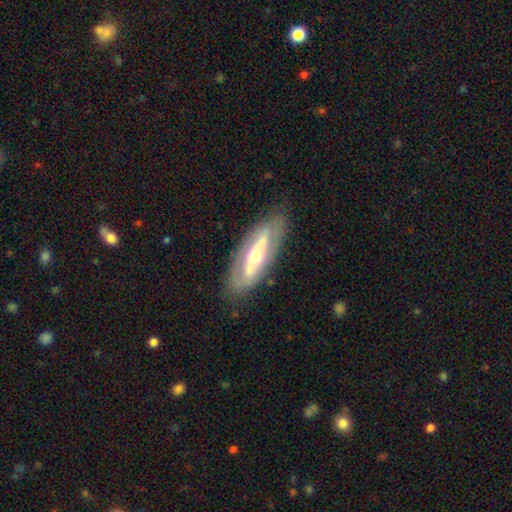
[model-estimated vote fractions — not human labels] The model was most divided on "spiral arms": yes: 52%, no: 48%. Remaining: merging — none (80%); edge-on disk — no (77%); smooth or featured — featured or disk (70%); bulge size — moderate (63%); bar — no (40%).